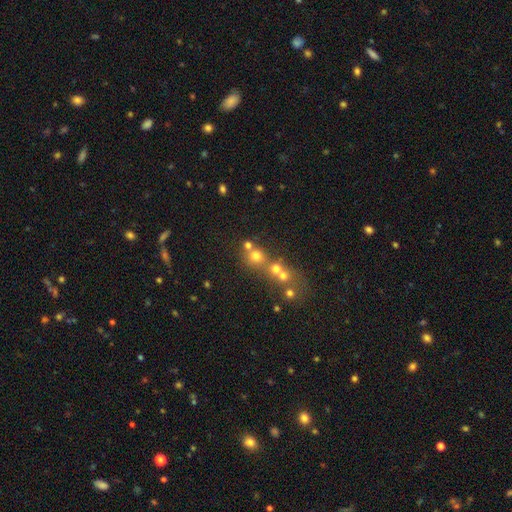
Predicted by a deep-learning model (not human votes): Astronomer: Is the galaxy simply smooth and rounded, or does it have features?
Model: smooth — 64%.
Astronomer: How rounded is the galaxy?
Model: round — 86%.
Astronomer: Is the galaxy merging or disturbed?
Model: none — 48% (runner-up: merger, 40%).